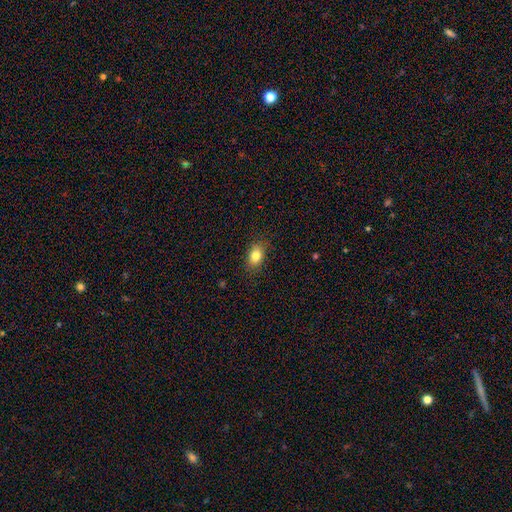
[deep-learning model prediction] smooth 82%, star or artifact 9%, featured or disk 8%. Down the decision tree: how rounded — in between (78%); merging — none (85%).